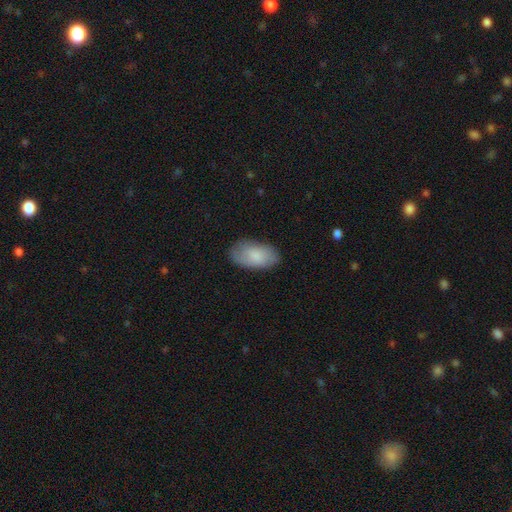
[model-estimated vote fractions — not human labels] smooth 79%, featured or disk 15%, star or artifact 6%. Down the decision tree: how rounded — in between (95%); merging — none (78%).